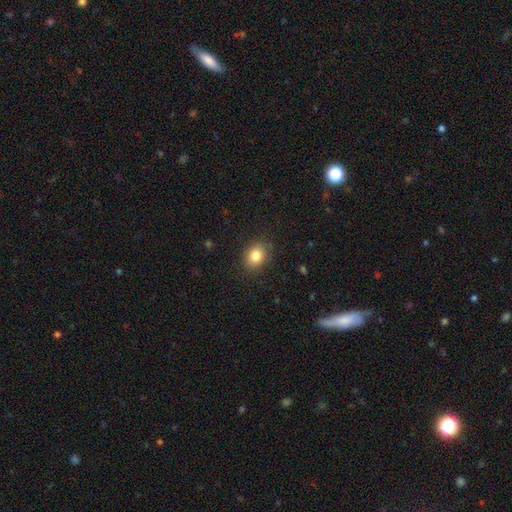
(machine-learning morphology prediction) This is clearly a smooth galaxy (83%). How rounded: possibly in between (54%). Merging: clearly none (86%).